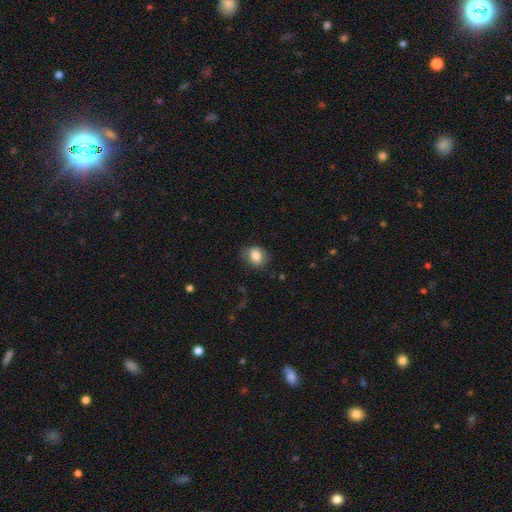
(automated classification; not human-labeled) A smooth galaxy with no disk features (80%) that is in between round and cigar-shaped (56%).

Vote fractions:
- Smooth or featured? smooth: 80% / featured or disk: 11% / star or artifact: 8%
- How rounded? in between: 56% / round: 43% / cigar-shaped: 1%
- Merging? none: 74% / minor disturbance: 18% / major disturbance: 6% / merger: 1%